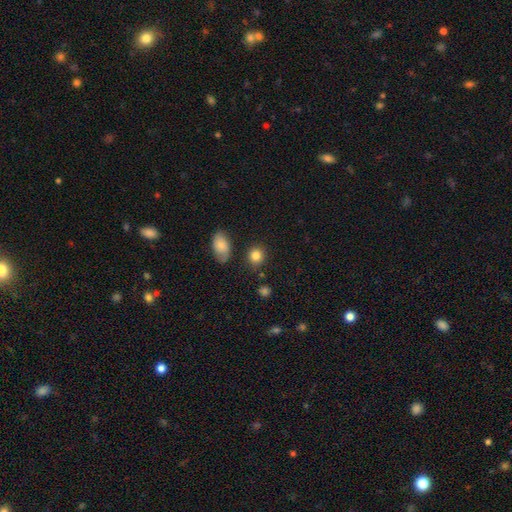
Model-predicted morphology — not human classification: Smooth or featured? smooth (84%)
How rounded? round (79%)
Merging? none (83%)